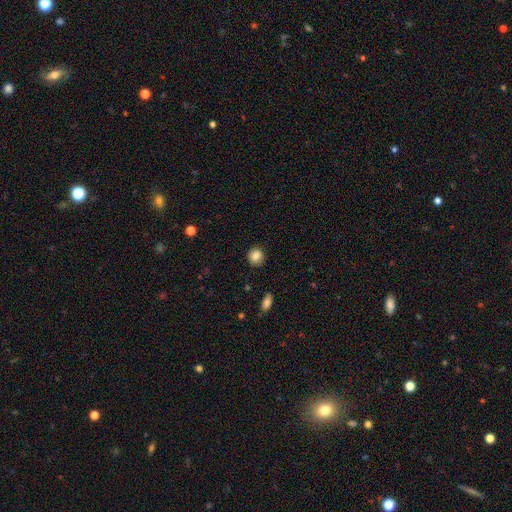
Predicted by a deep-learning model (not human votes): smooth-or-featured: smooth: 85% | star or artifact: 9% | featured or disk: 6%
  how-rounded: round: 87% | in between: 12% | cigar-shaped: 1%
  merging: none: 90% | minor disturbance: 7% | major disturbance: 2% | merger: 1%